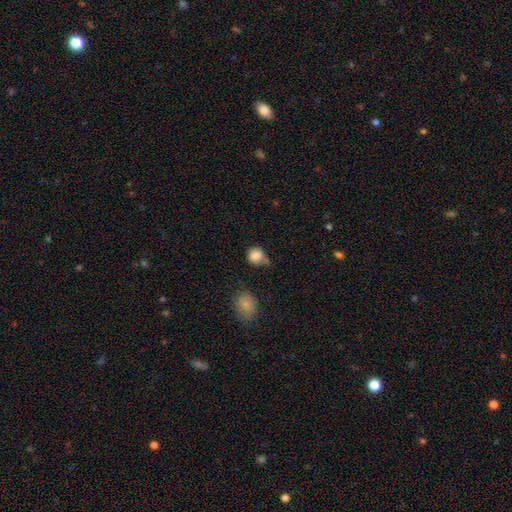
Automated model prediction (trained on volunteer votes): smooth_or_featured: smooth (p=0.83) [alt: star or artifact p=0.09]
how_rounded: round (p=0.79) [alt: in between p=0.20]
merging: none (p=0.42) [alt: minor disturbance p=0.37]